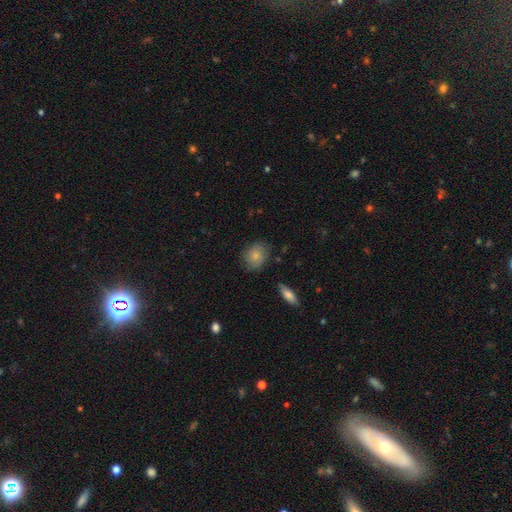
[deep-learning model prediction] Smooth or featured: smooth — 77% (featured or disk — 16%)
How rounded: round — 55% (in between — 44%)
Merging: none — 76% (minor disturbance — 18%)